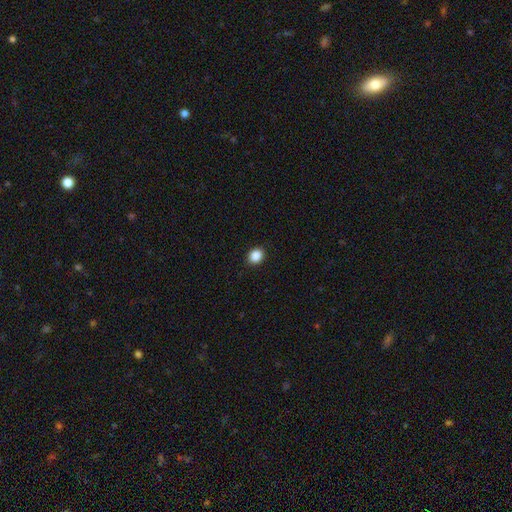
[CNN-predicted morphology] Smooth or featured? smooth (88%)
How rounded? round (60%)
Merging? none (91%)